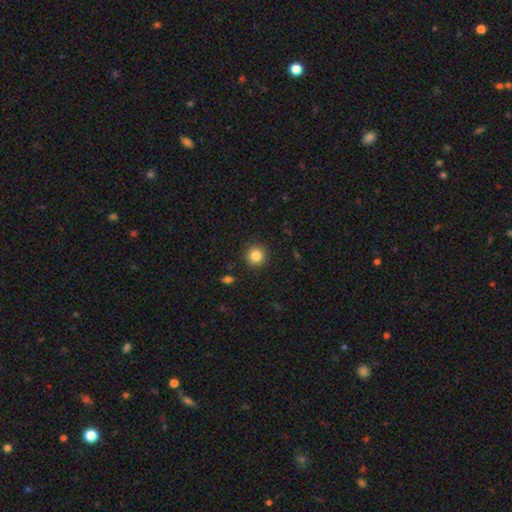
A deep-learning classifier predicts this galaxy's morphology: Smooth or featured?
  - smooth: 84% *
  - star or artifact: 11%
  - featured or disk: 5%
How rounded?
  - round: 94% *
  - in between: 5%
  - cigar-shaped: 1%
Merging?
  - none: 91% *
  - minor disturbance: 6%
  - major disturbance: 2%
  - merger: 1%